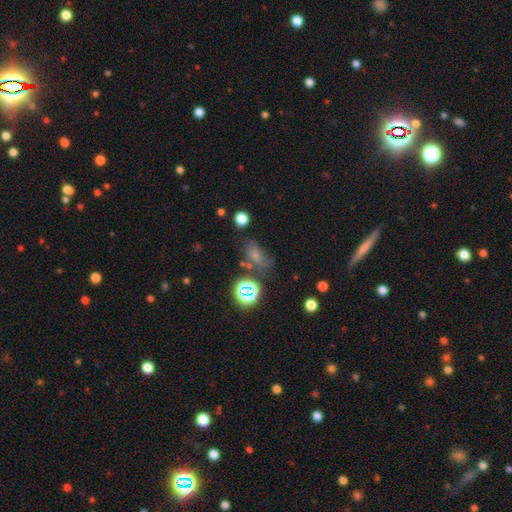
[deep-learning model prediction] Overall: smooth (59%; star or artifact 26%). How rounded: in between (76%). Merging: none (51%; minor disturbance 26%).